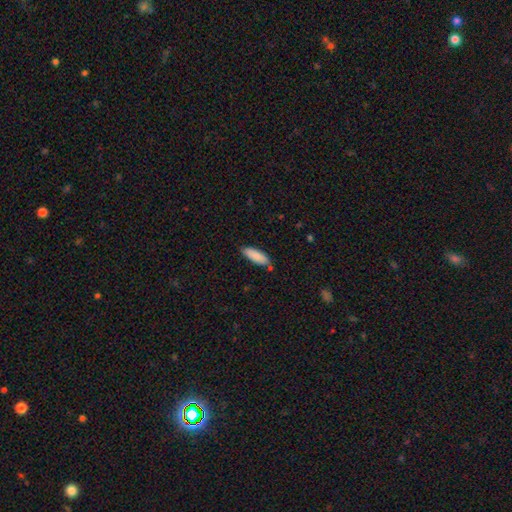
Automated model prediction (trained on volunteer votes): A smooth galaxy with no disk features (87%) that is in between round and cigar-shaped (59%).

Vote fractions:
- Smooth or featured? smooth: 87% / featured or disk: 7% / star or artifact: 6%
- How rounded? in between: 59% / cigar-shaped: 39% / round: 1%
- Merging? none: 76% / minor disturbance: 17% / merger: 5% / major disturbance: 3%